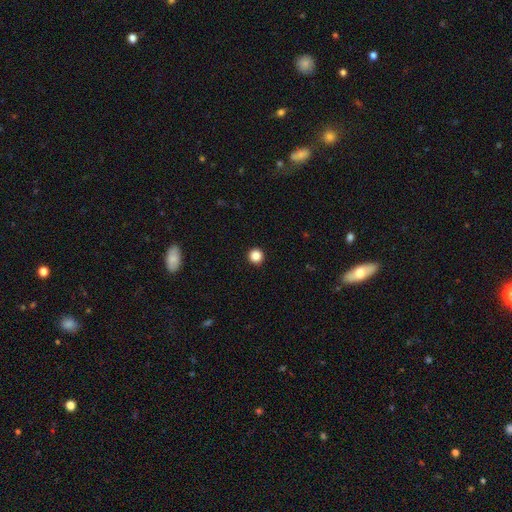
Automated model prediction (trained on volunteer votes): This is clearly a smooth galaxy (86%). How rounded: clearly round (96%). Merging: clearly none (94%).